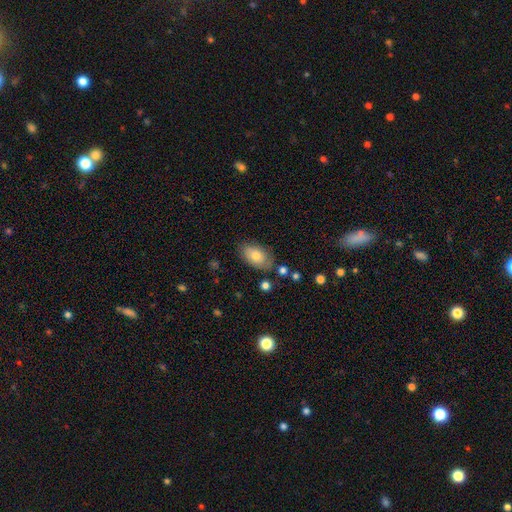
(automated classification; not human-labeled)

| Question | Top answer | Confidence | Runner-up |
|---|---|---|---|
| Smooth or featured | smooth | 75% | featured or disk (18%) |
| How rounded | in between | 92% | round (7%) |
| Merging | none | 74% | minor disturbance (18%) |